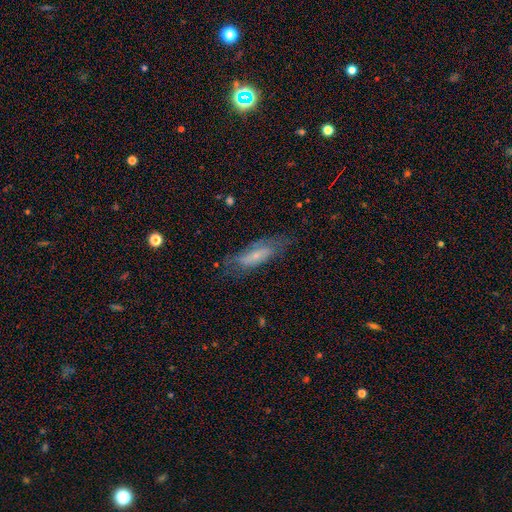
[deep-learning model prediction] smooth-or-featured: smooth: 51% | featured or disk: 41% | star or artifact: 8%
  how-rounded: in between: 55% | cigar-shaped: 43% | round: 2%
  merging: none: 62% | minor disturbance: 24% | major disturbance: 12% | merger: 2%